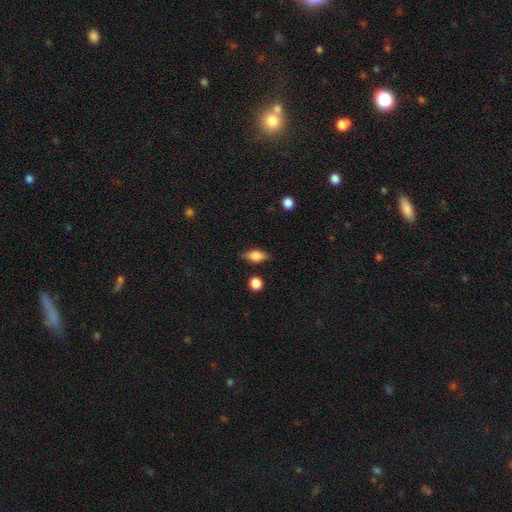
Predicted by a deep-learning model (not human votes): Smooth or featured: smooth — 73% (featured or disk — 19%)
How rounded: in between — 81% (cigar-shaped — 11%)
Merging: none — 80% (minor disturbance — 15%)